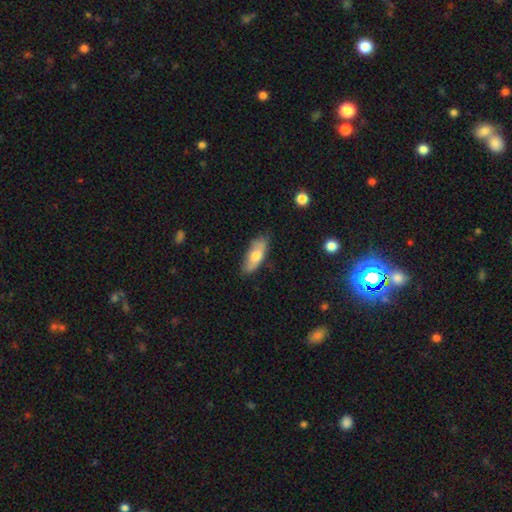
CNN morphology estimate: smooth-or-featured: smooth: 69% | featured or disk: 24% | star or artifact: 6%
  how-rounded: in between: 73% | cigar-shaped: 25% | round: 2%
  merging: none: 74% | minor disturbance: 20% | major disturbance: 4% | merger: 2%